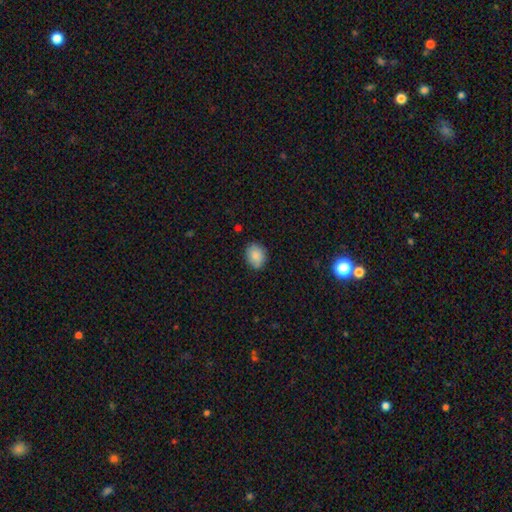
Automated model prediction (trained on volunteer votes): Overall: smooth (86%). How rounded: round (54%; in between 45%). Merging: none (82%).